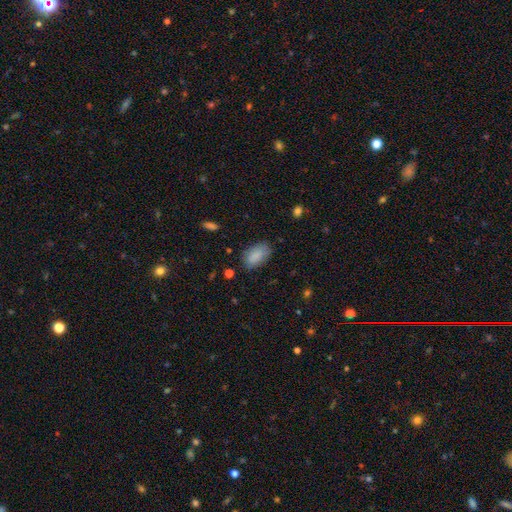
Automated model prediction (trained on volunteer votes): Smooth or featured? Predicted: smooth (p=0.87). How rounded? Predicted: in between (p=0.93). Merging? Predicted: none (p=0.78).